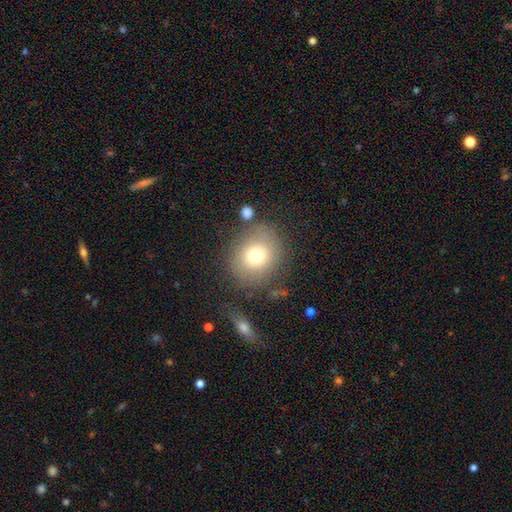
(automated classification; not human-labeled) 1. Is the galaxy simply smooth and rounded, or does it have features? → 73% smooth, 15% featured or disk, 12% star or artifact.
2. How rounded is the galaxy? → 81% round, 18% in between, 1% cigar-shaped.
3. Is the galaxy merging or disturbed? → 74% none, 14% minor disturbance, 7% major disturbance, 6% merger.